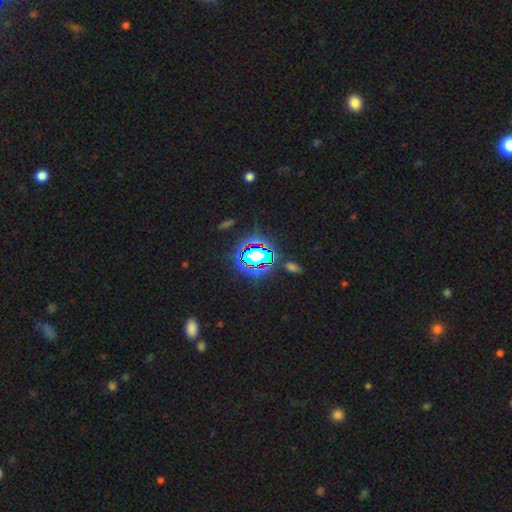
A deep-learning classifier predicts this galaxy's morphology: smooth_or_featured: star or artifact (p=0.65) [alt: smooth p=0.22]